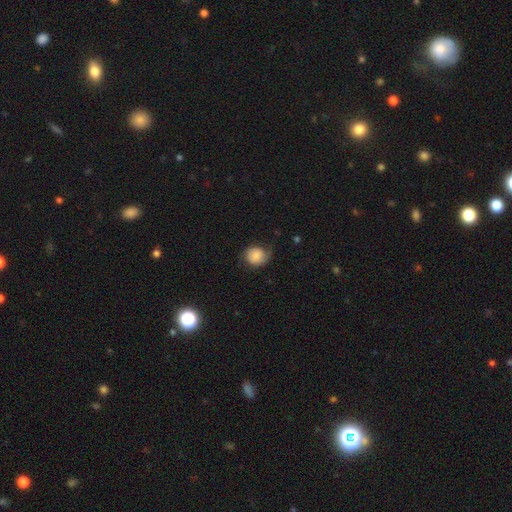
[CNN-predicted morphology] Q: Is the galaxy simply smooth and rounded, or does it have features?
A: smooth — 74%.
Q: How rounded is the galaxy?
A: round — 75%.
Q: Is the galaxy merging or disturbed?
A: none — 62%.